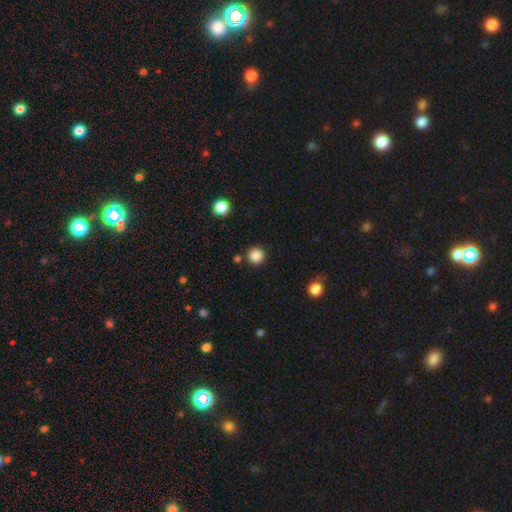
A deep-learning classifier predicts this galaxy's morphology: type=smooth (86%); roundness=round (95%); merging=none (88%).